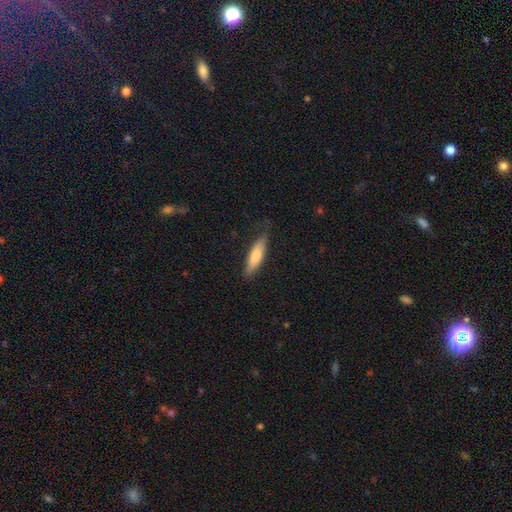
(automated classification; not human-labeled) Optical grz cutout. It shows a smooth galaxy with no disk features (76%) that is cigar-shaped (68%). Merging: none (76%).